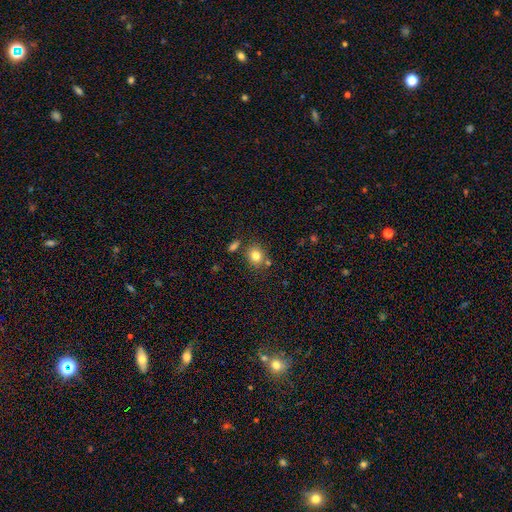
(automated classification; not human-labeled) A smooth galaxy with no disk features (80%) that is round (73%).

Vote fractions:
- Smooth or featured? smooth: 80% / star or artifact: 11% / featured or disk: 8%
- How rounded? round: 73% / in between: 26% / cigar-shaped: 1%
- Merging? none: 72% / merger: 12% / minor disturbance: 12% / major disturbance: 4%